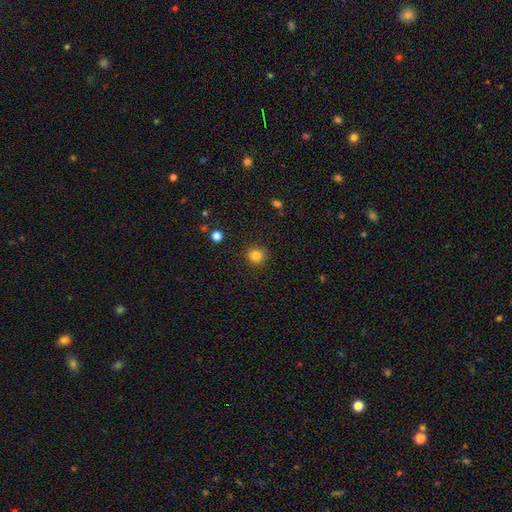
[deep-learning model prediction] A smooth galaxy with no disk features (83%) that is round (93%).

Vote fractions:
- Smooth or featured? smooth: 83% / star or artifact: 12% / featured or disk: 5%
- How rounded? round: 93% / in between: 6% / cigar-shaped: 1%
- Merging? none: 90% / minor disturbance: 7% / major disturbance: 2% / merger: 1%